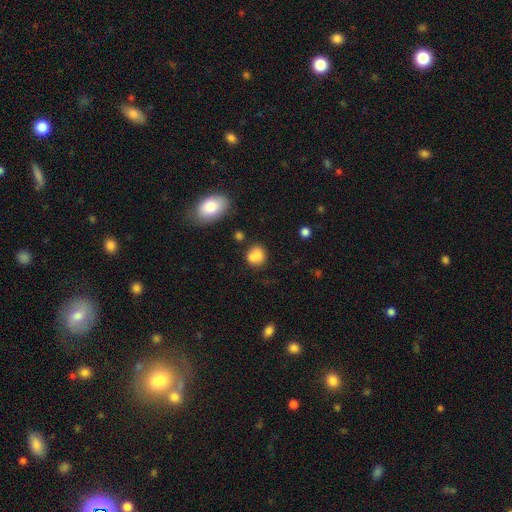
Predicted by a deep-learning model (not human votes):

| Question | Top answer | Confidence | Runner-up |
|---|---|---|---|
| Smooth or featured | smooth | 79% | featured or disk (11%) |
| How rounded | round | 73% | in between (25%) |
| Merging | none | 52% | merger (28%) |